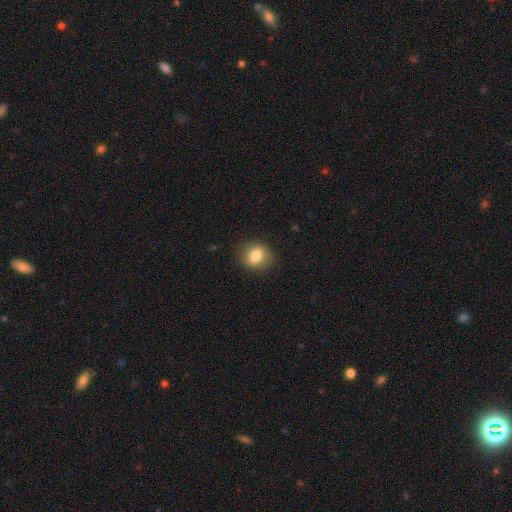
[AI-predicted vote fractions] This appears to be a smooth galaxy with no disk features (80%) that is round (67%). Merging: none (85%).